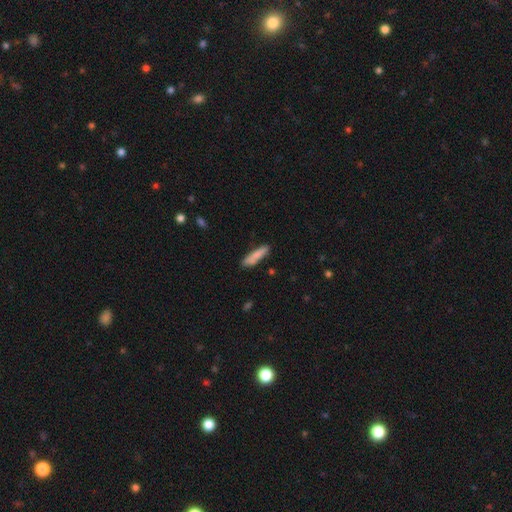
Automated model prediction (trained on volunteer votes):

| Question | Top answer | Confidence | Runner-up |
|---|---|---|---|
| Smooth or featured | smooth | 82% | featured or disk (12%) |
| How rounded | cigar-shaped | 81% | in between (18%) |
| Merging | none | 79% | minor disturbance (15%) |